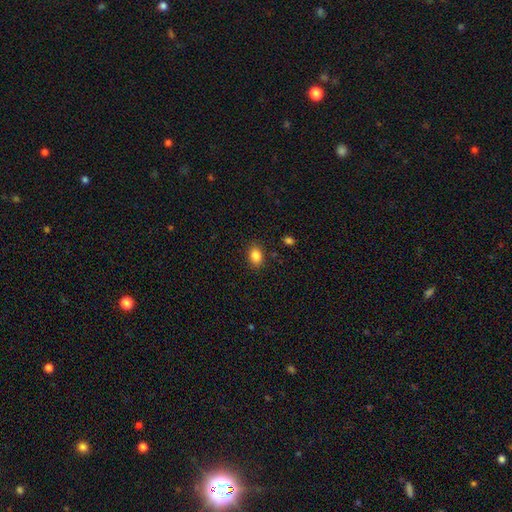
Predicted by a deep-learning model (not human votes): Q: Smooth or featured?
A: smooth (86%); runner-up: star or artifact (9%)
Q: How rounded?
A: in between (77%); runner-up: round (22%)
Q: Merging?
A: none (86%); runner-up: minor disturbance (10%)